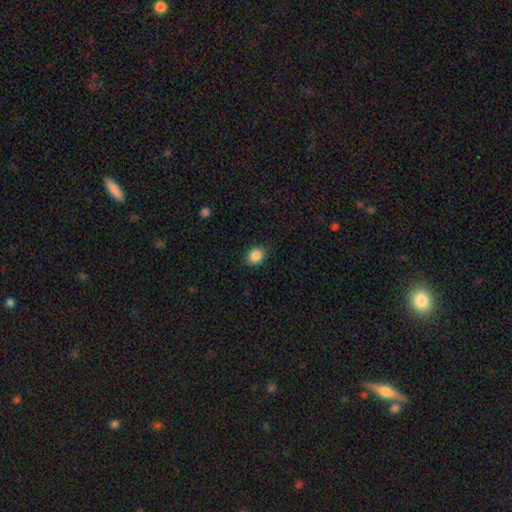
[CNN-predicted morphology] smooth_or_featured: smooth (p=0.87) [alt: star or artifact p=0.09]
how_rounded: in between (p=0.57) [alt: round p=0.42]
merging: none (p=0.84) [alt: minor disturbance p=0.13]